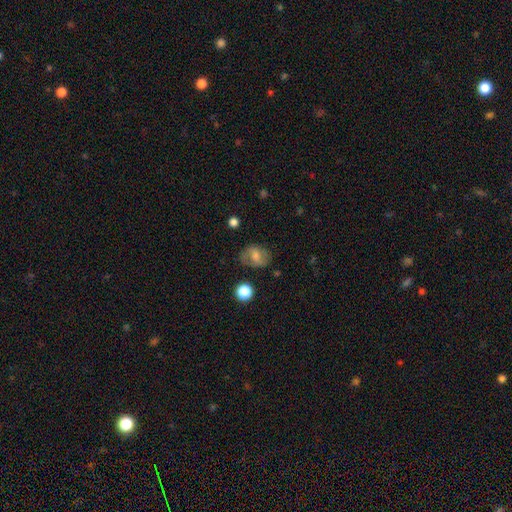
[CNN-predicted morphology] Smooth or featured? Predicted: smooth (p=0.52). How rounded? Predicted: in between (p=0.61). Merging? Predicted: none (p=0.70).